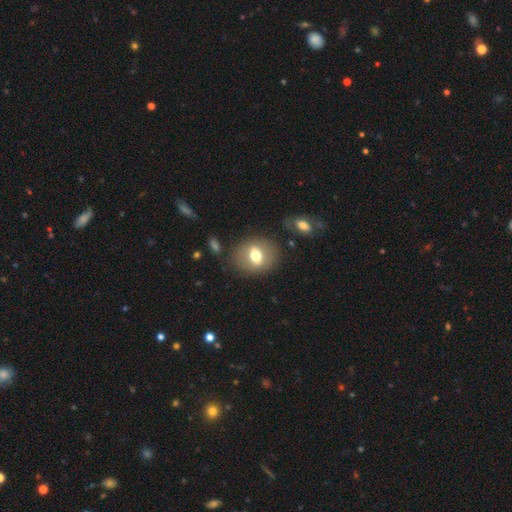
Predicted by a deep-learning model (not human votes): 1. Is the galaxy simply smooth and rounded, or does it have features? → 61% smooth, 30% featured or disk, 9% star or artifact.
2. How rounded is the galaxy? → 50% round, 48% in between, 2% cigar-shaped.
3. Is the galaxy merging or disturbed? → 81% none, 11% minor disturbance, 5% major disturbance, 3% merger.